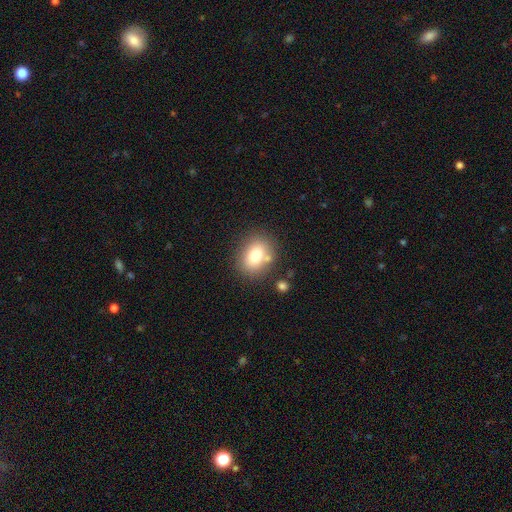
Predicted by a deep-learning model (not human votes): Overall: smooth (77%). How rounded: in between (55%; round 44%). Merging: none (72%).